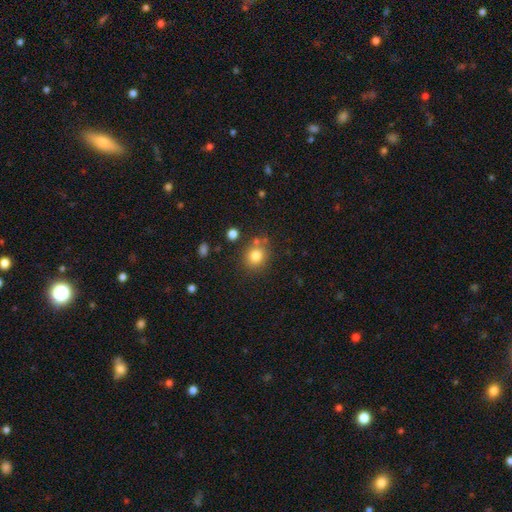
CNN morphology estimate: This is clearly a smooth galaxy (81%). How rounded: likely round (78%). Merging: likely none (75%).